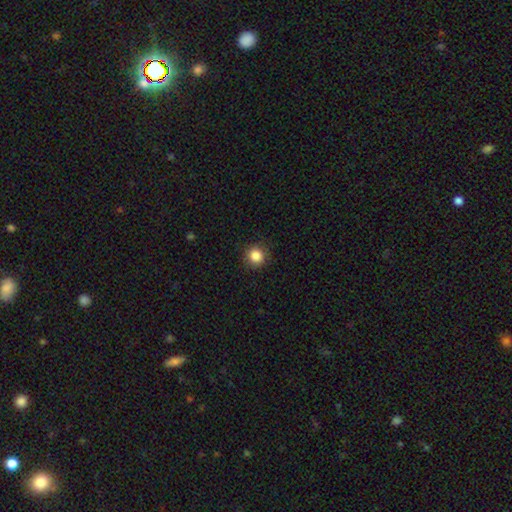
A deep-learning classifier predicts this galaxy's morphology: Smooth or featured? smooth (86%)
How rounded? round (92%)
Merging? none (89%)